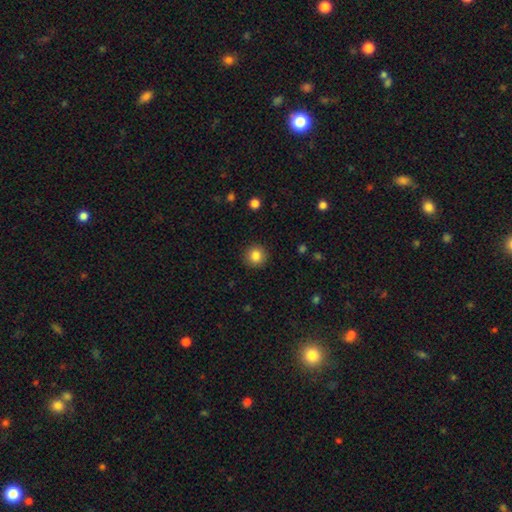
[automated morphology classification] smooth_or_featured: smooth (p=0.85) [alt: star or artifact p=0.10]
how_rounded: round (p=0.94) [alt: in between p=0.05]
merging: none (p=0.92) [alt: minor disturbance p=0.06]